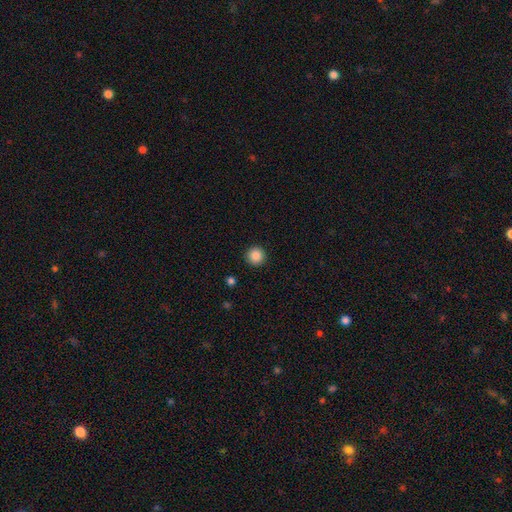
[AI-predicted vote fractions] A smooth galaxy with no disk features (88%) that is round (96%).

Vote fractions:
- Smooth or featured? smooth: 88% / star or artifact: 9% / featured or disk: 3%
- How rounded? round: 96% / in between: 3% / cigar-shaped: 1%
- Merging? none: 92% / minor disturbance: 5% / major disturbance: 2% / merger: 1%